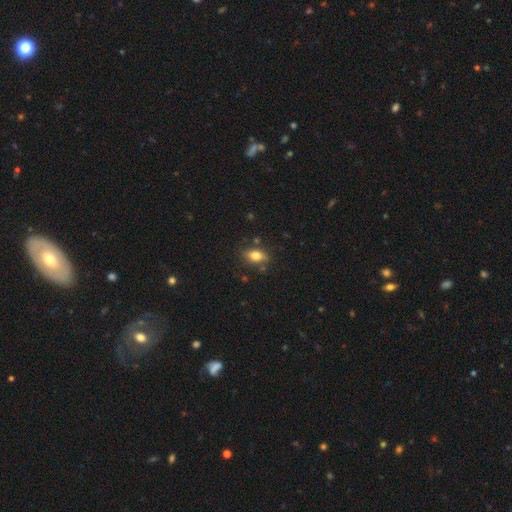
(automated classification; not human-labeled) Smooth or featured?
  - smooth: 74% *
  - featured or disk: 17%
  - star or artifact: 9%
How rounded?
  - in between: 80% *
  - cigar-shaped: 10%
  - round: 10%
Merging?
  - none: 76% *
  - minor disturbance: 16%
  - merger: 4%
  - major disturbance: 4%